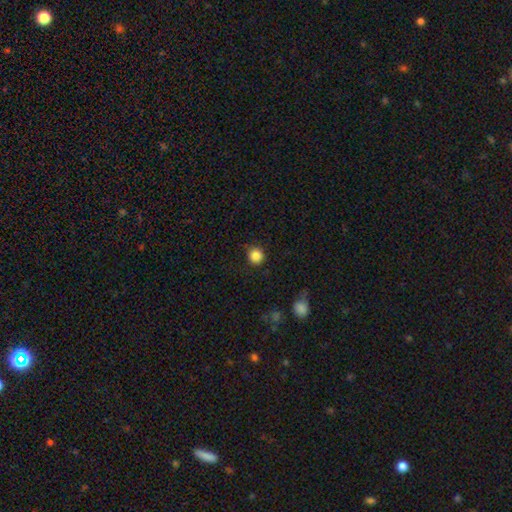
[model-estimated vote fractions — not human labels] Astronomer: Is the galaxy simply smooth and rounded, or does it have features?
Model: smooth — 86%.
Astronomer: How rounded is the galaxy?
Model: round — 94%.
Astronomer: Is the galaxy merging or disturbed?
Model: none — 87%.